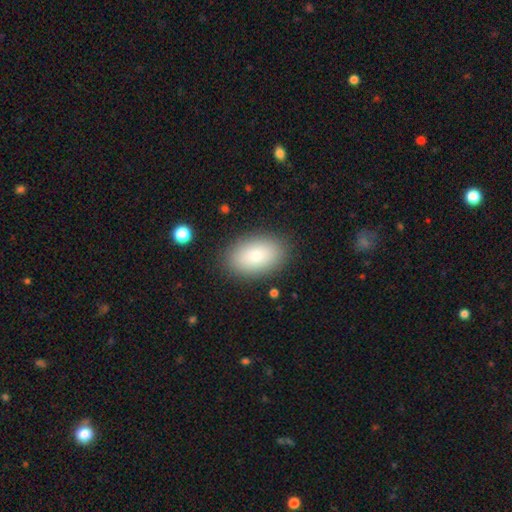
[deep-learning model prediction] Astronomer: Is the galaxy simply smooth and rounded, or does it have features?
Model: smooth — 82%.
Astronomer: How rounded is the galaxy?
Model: in between — 90%.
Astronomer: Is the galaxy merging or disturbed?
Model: none — 87%.